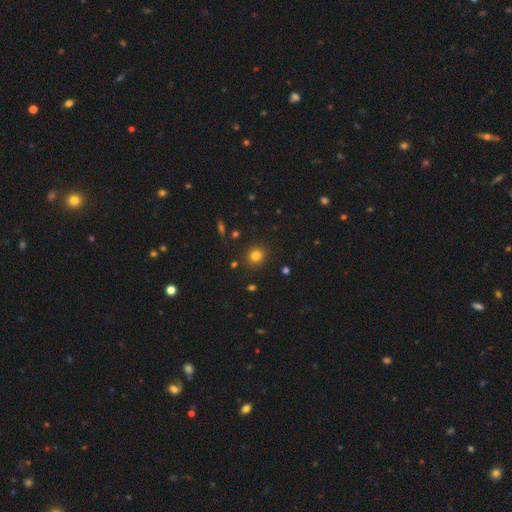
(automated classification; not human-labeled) smooth-or-featured: smooth: 80% | star or artifact: 14% | featured or disk: 6%
  how-rounded: round: 88% | in between: 11% | cigar-shaped: 1%
  merging: none: 89% | minor disturbance: 7% | major disturbance: 2% | merger: 2%